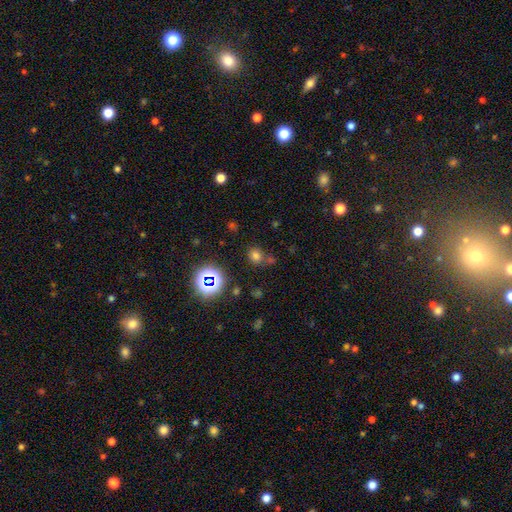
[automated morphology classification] Smooth or featured? smooth (65%)
How rounded? round (77%)
Merging? none (65%)